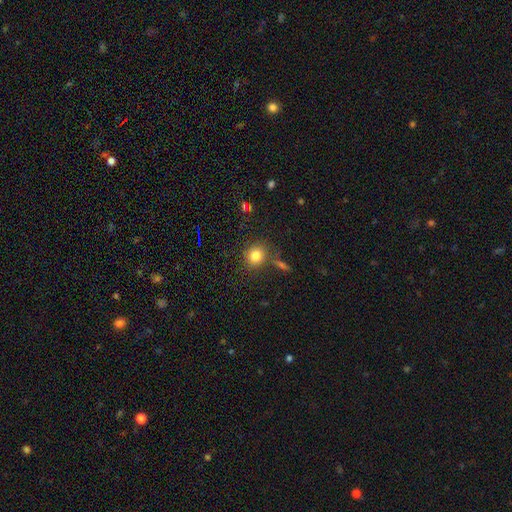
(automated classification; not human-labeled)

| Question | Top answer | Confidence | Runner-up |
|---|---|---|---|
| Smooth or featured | smooth | 81% | star or artifact (12%) |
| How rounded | round | 78% | in between (20%) |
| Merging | none | 80% | minor disturbance (11%) |